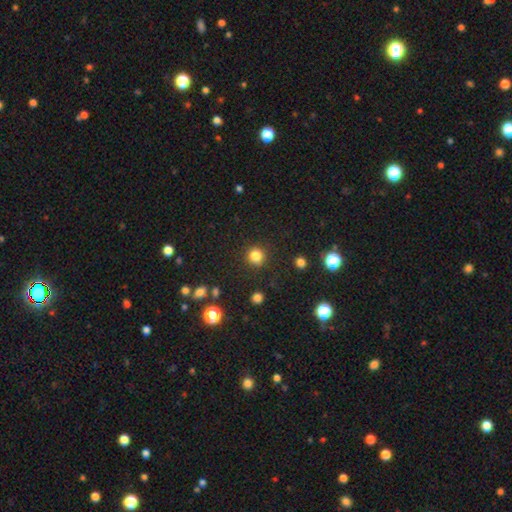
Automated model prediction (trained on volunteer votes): Smooth or featured: smooth — 83% (star or artifact — 13%)
How rounded: round — 92% (in between — 7%)
Merging: none — 88% (minor disturbance — 7%)